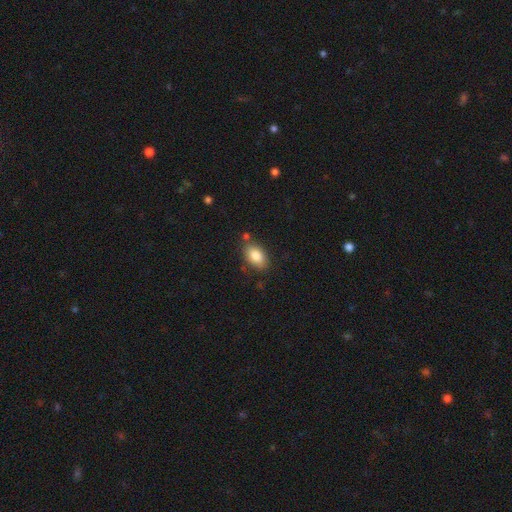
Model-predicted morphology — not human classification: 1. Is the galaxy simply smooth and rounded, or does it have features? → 84% smooth, 9% featured or disk, 7% star or artifact.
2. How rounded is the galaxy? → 90% in between, 8% round, 2% cigar-shaped.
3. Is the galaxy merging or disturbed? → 76% none, 15% minor disturbance, 5% merger, 3% major disturbance.